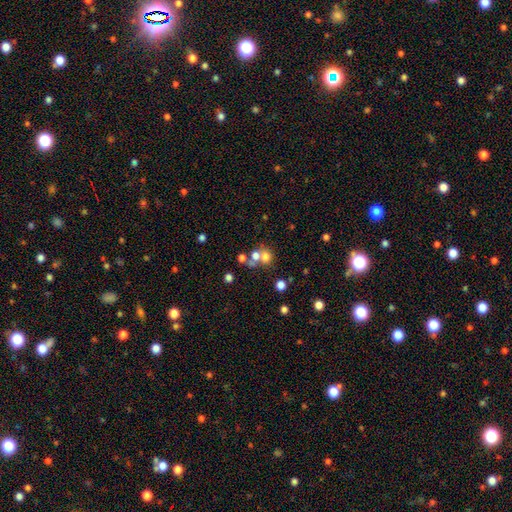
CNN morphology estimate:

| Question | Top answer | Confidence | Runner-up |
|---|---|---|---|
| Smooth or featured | smooth | 65% | star or artifact (19%) |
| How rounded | round | 75% | in between (23%) |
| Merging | merger | 47% | none (40%) |